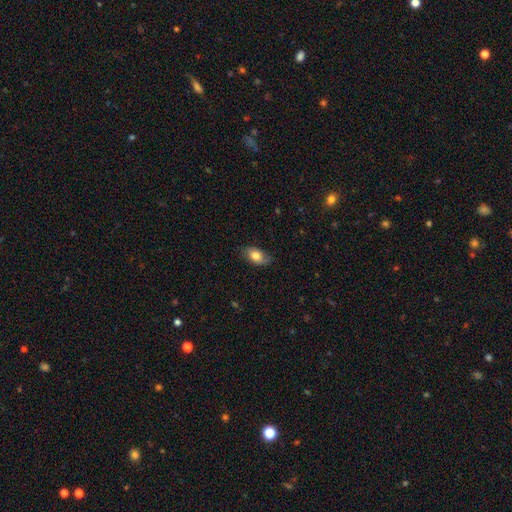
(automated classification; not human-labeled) Morphology: type=smooth (71%); roundness=in between (90%); merging=none (74%).